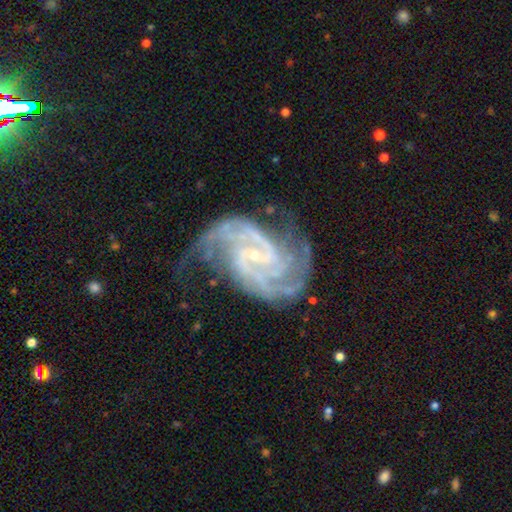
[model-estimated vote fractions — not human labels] Q: Smooth or featured?
A: featured or disk (92%); runner-up: star or artifact (5%)
Q: Edge-on disk?
A: no (98%); runner-up: yes (2%)
Q: Bar?
A: weak (47%); runner-up: no (32%)
Q: Spiral arms?
A: yes (98%); runner-up: no (2%)
Q: Spiral winding?
A: medium (46%); runner-up: tight (43%)
Q: Spiral arm count?
A: 2 (39%); runner-up: 3 (19%)
Q: Bulge size?
A: small (82%); runner-up: moderate (12%)
Q: Merging?
A: none (63%); runner-up: minor disturbance (21%)